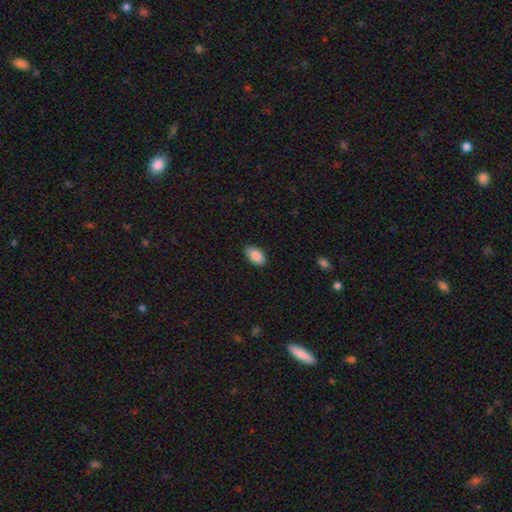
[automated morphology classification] smooth-or-featured: smooth: 88% | star or artifact: 7% | featured or disk: 5%
  how-rounded: in between: 94% | round: 4% | cigar-shaped: 2%
  merging: none: 86% | minor disturbance: 11% | major disturbance: 2% | merger: 1%